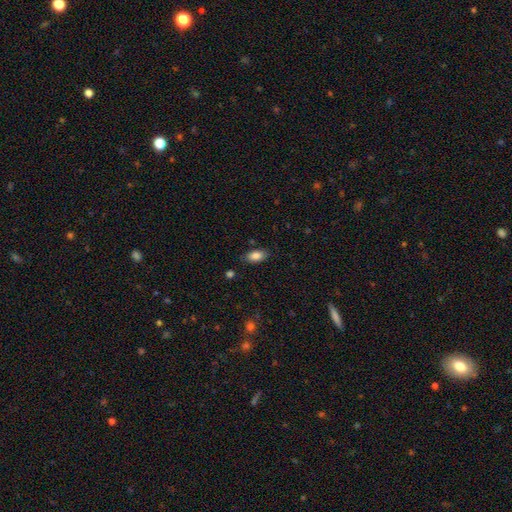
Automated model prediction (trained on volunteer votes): Smooth or featured: smooth — 86% (star or artifact — 8%)
How rounded: in between — 91% (cigar-shaped — 5%)
Merging: none — 83% (minor disturbance — 12%)